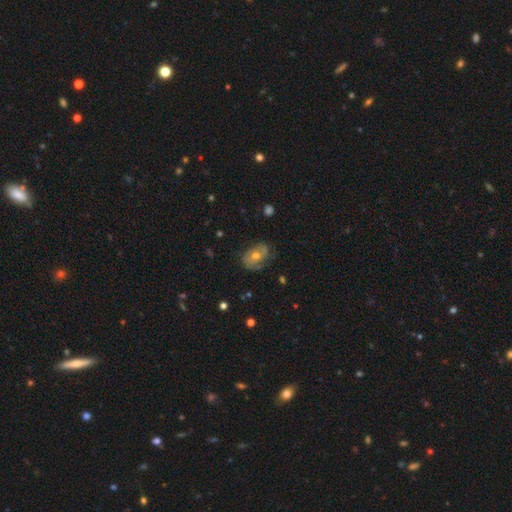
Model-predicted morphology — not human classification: This is possibly a featured or disk galaxy (50%). It is clearly not viewed edge-on (94%). Merging: likely none (64%).